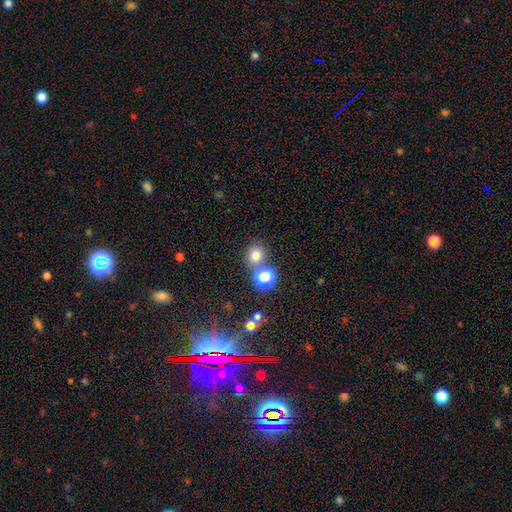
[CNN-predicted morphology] A smooth galaxy with no disk features (75%) that is round (84%).

Vote fractions:
- Smooth or featured? smooth: 75% / star or artifact: 19% / featured or disk: 7%
- How rounded? round: 84% / in between: 15% / cigar-shaped: 1%
- Merging? none: 73% / merger: 16% / minor disturbance: 8% / major disturbance: 3%